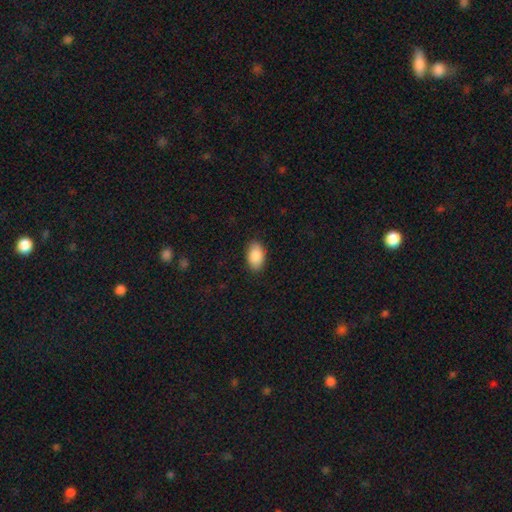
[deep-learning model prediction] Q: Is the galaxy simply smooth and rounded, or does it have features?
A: smooth — 89%.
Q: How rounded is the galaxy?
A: in between — 93%.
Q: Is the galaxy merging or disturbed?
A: none — 88%.